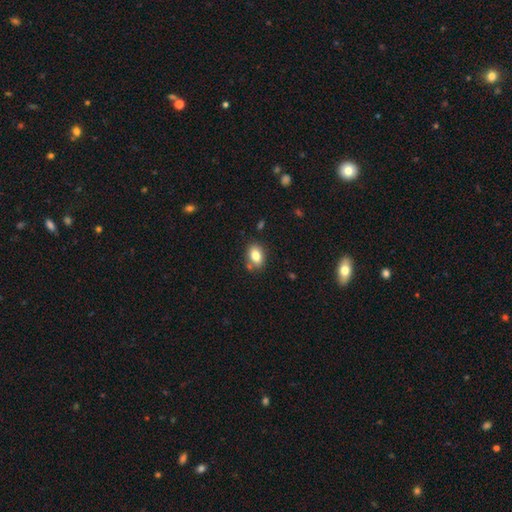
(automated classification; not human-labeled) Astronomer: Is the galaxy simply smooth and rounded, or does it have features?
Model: smooth — 82%.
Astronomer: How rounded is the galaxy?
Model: in between — 80%.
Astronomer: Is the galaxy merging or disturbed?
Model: none — 78%.